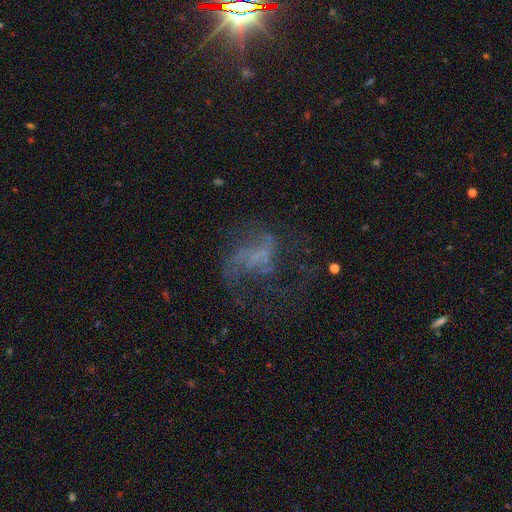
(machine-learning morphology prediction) smooth_or_featured: featured or disk (p=0.61) [alt: star or artifact p=0.22]
disk_edge_on: no (p=0.97) [alt: yes p=0.03]
bar: no (p=0.66) [alt: weak p=0.25]
has_spiral_arms: yes (p=0.56) [alt: no p=0.44]
bulge_size: none (p=0.70) [alt: small p=0.19]
merging: major disturbance (p=0.43) [alt: none p=0.39]